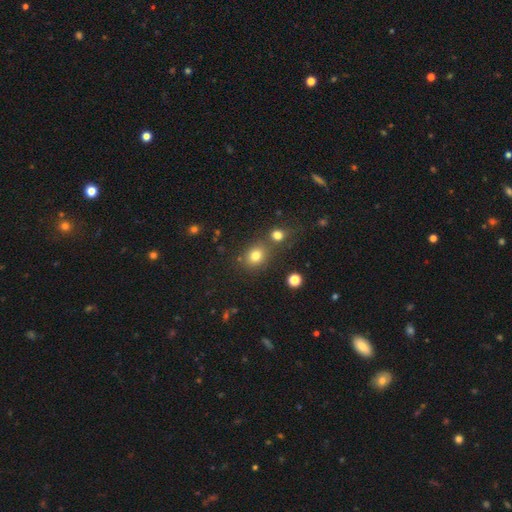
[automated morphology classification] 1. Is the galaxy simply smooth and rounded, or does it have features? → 77% smooth, 16% star or artifact, 8% featured or disk.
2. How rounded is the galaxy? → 73% round, 26% in between, 1% cigar-shaped.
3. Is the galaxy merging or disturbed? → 70% none, 16% merger, 10% minor disturbance, 4% major disturbance.